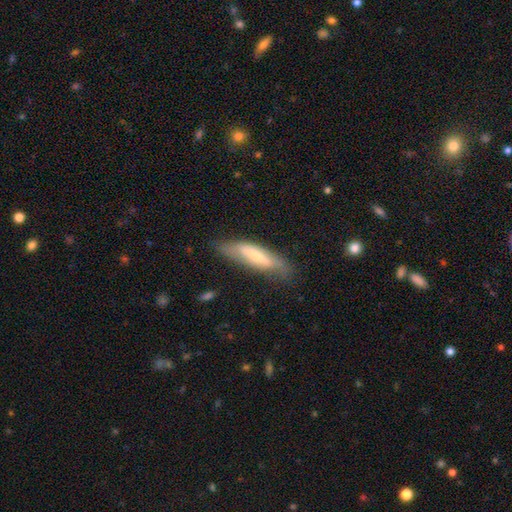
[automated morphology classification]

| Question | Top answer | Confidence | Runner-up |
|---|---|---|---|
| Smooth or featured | smooth | 52% | featured or disk (41%) |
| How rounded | cigar-shaped | 61% | in between (37%) |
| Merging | none | 68% | minor disturbance (23%) |